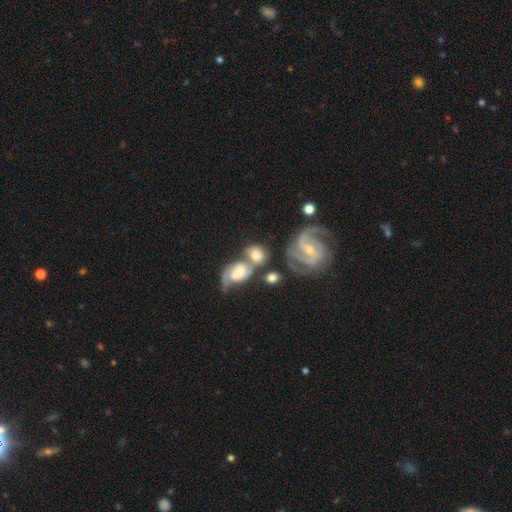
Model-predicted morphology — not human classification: Q: Smooth or featured?
A: featured or disk (59%); runner-up: smooth (33%)
Q: Edge-on disk?
A: no (96%); runner-up: yes (4%)
Q: Bar?
A: weak (44%); runner-up: no (36%)
Q: Spiral arms?
A: yes (90%); runner-up: no (10%)
Q: Spiral winding?
A: medium (48%); runner-up: tight (34%)
Q: Spiral arm count?
A: 2 (62%); runner-up: can't tell (14%)
Q: Bulge size?
A: moderate (47%); runner-up: small (39%)
Q: Merging?
A: merger (51%); runner-up: none (30%)